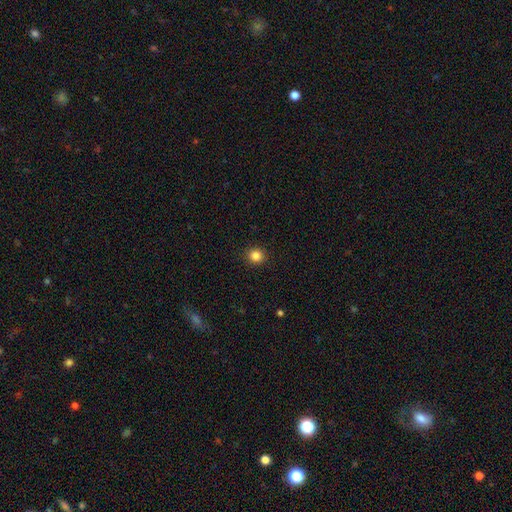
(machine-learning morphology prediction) Overall: smooth (85%). How rounded: round (90%). Merging: none (92%).